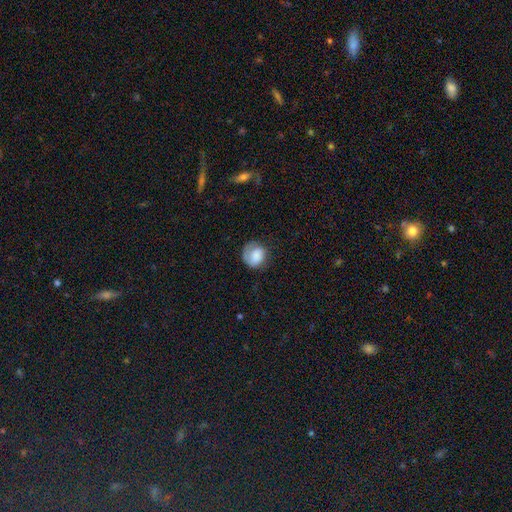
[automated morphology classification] Q: Smooth or featured?
A: smooth (68%); runner-up: featured or disk (25%)
Q: How rounded?
A: round (75%); runner-up: in between (24%)
Q: Merging?
A: none (57%); runner-up: minor disturbance (23%)